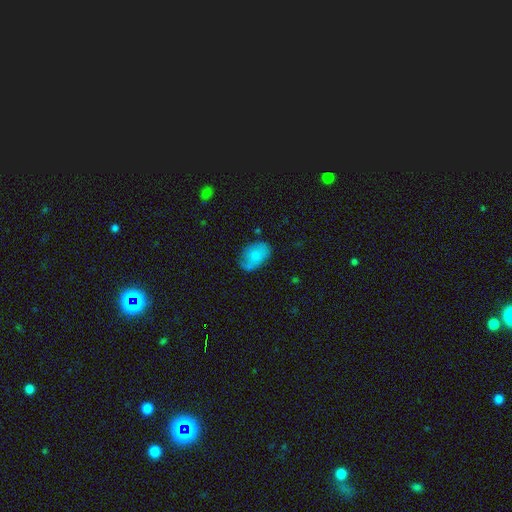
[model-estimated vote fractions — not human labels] smooth-or-featured: smooth: 72% | featured or disk: 21% | star or artifact: 7%
  how-rounded: in between: 86% | round: 12% | cigar-shaped: 1%
  merging: none: 58% | minor disturbance: 29% | major disturbance: 9% | merger: 5%